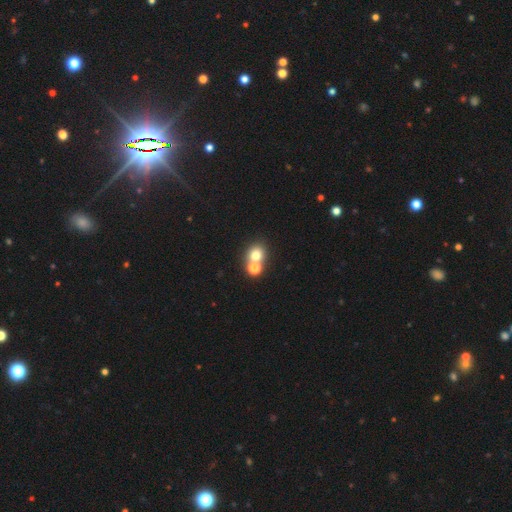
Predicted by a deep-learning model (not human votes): Smooth or featured? smooth (73%)
How rounded? round (77%)
Merging? none (46%)